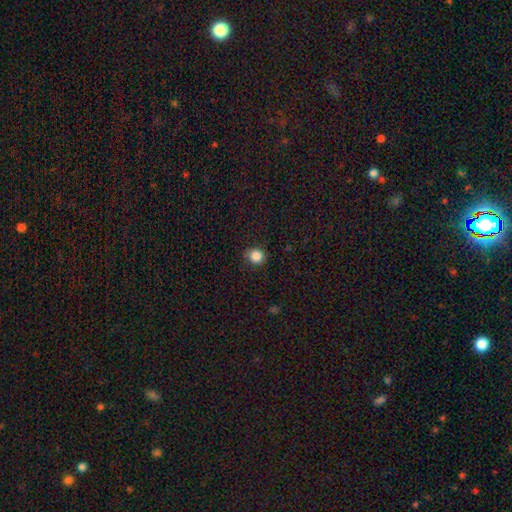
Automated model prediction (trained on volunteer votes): Morphology: type=smooth (86%); roundness=round (82%); merging=none (84%).